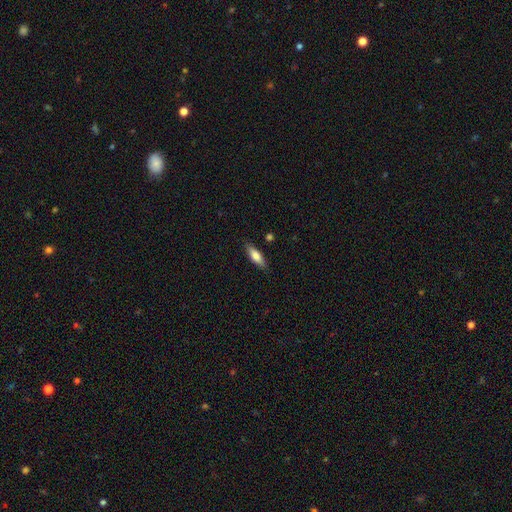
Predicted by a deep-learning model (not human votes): smooth_or_featured: smooth (p=0.71) [alt: featured or disk p=0.22]
how_rounded: cigar-shaped (p=0.49) [tied with: in between p=0.49]
merging: none (p=0.85) [alt: minor disturbance p=0.11]